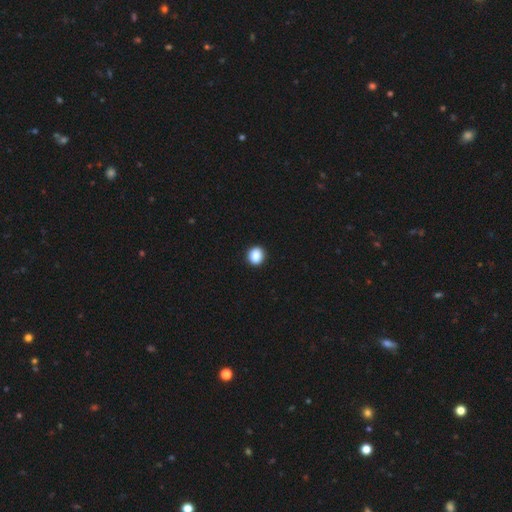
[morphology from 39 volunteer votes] A smooth galaxy with no disk features (95%) that is round (78%). Merging: none (92%).